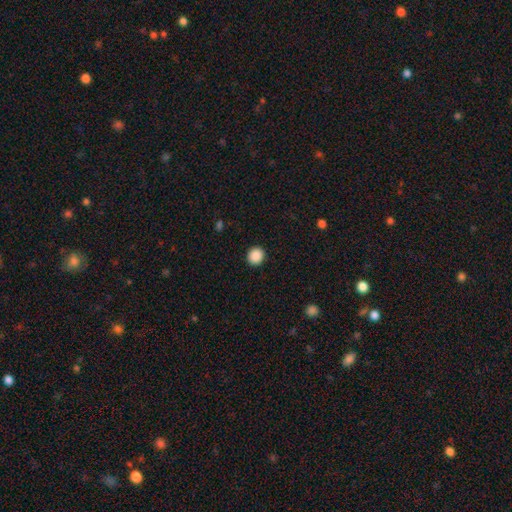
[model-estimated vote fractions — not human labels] Q: Smooth or featured?
A: smooth (89%); runner-up: star or artifact (9%)
Q: How rounded?
A: round (90%); runner-up: in between (9%)
Q: Merging?
A: none (93%); runner-up: minor disturbance (5%)